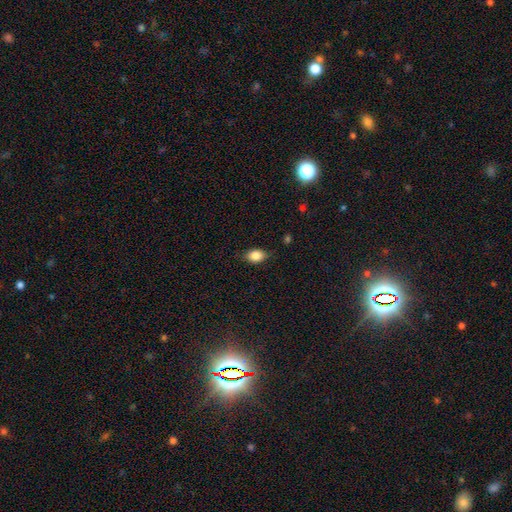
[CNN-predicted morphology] A smooth galaxy with no disk features (84%) that is in between round and cigar-shaped (79%). Merging: none (78%).